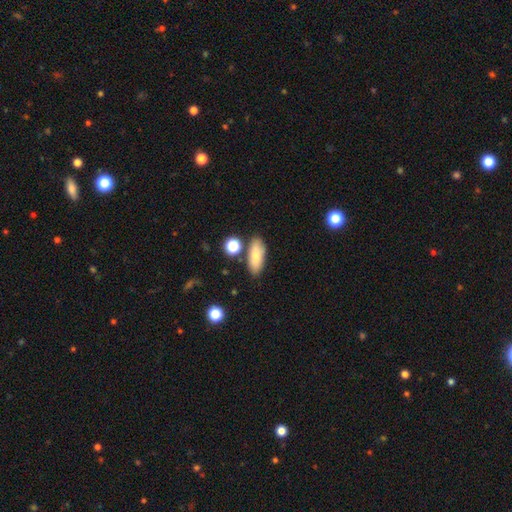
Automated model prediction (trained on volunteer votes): Overall: smooth (80%). How rounded: in between (78%). Merging: none (79%).